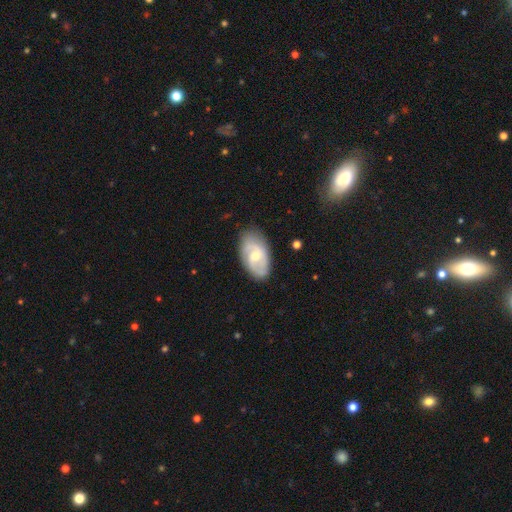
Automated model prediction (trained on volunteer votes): Smooth or featured: featured or disk — 70% (smooth — 25%)
Edge-on disk: no — 96% (yes — 4%)
Bar: weak — 47% (no — 45%)
Spiral arms: yes — 89% (no — 11%)
Spiral winding: medium — 46% (tight — 32%)
Spiral arm count: 2 — 68% (can't tell — 17%)
Bulge size: moderate — 57% (small — 38%)
Merging: none — 78% (minor disturbance — 17%)